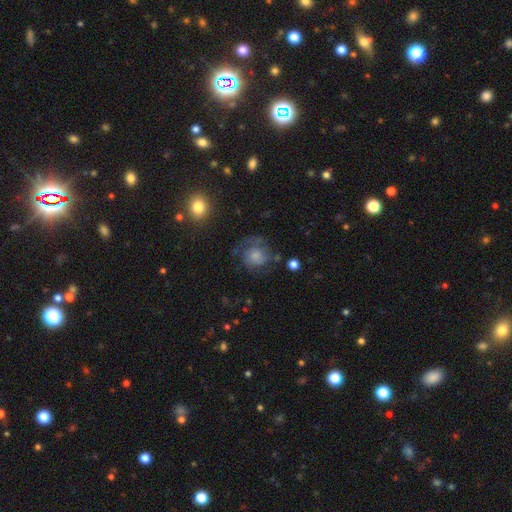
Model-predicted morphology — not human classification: The model was most divided on "smooth or featured": featured or disk: 48%, smooth: 42%, star or artifact: 10%. More confident: merging — none (55%).